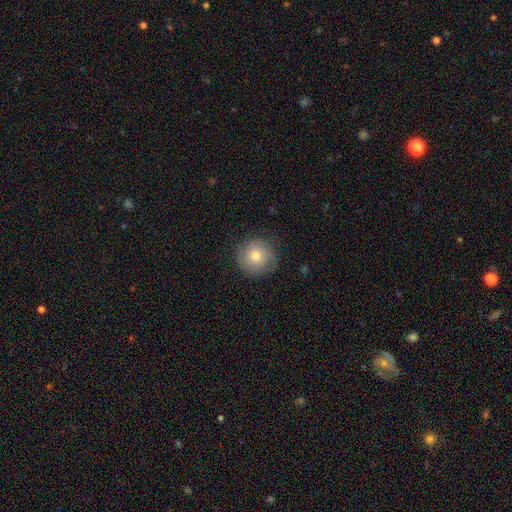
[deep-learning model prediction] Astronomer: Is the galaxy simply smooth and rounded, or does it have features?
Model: smooth — 68%.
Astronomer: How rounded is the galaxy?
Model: round — 94%.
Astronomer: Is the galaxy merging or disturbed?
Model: none — 83%.